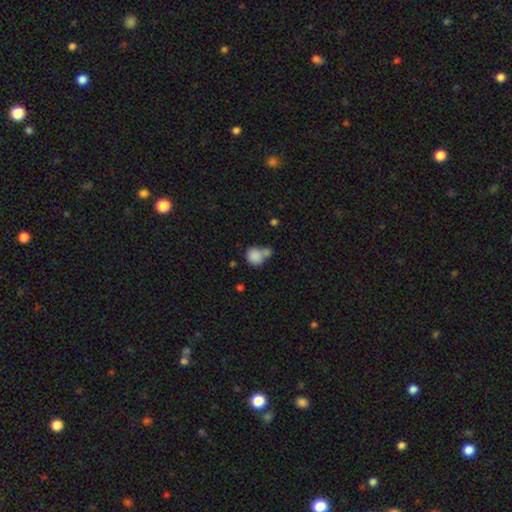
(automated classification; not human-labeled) Q: Smooth or featured?
A: smooth (85%); runner-up: star or artifact (9%)
Q: How rounded?
A: round (82%); runner-up: in between (17%)
Q: Merging?
A: merger (42%); runner-up: none (40%)